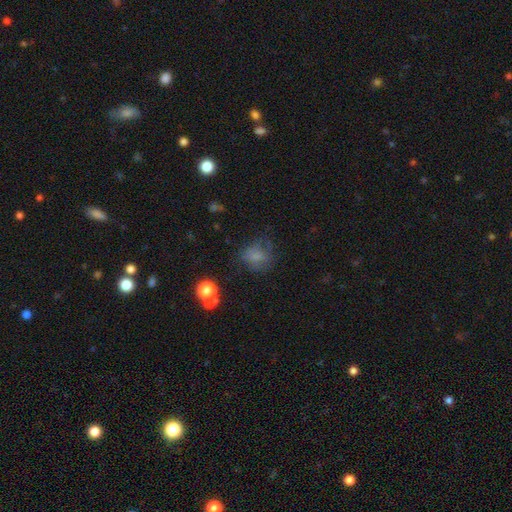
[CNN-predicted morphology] The model was most divided on "merging": none: 53%, minor disturbance: 24%, major disturbance: 19%, merger: 4%. More confident: smooth or featured — smooth (67%); how rounded — round (64%).